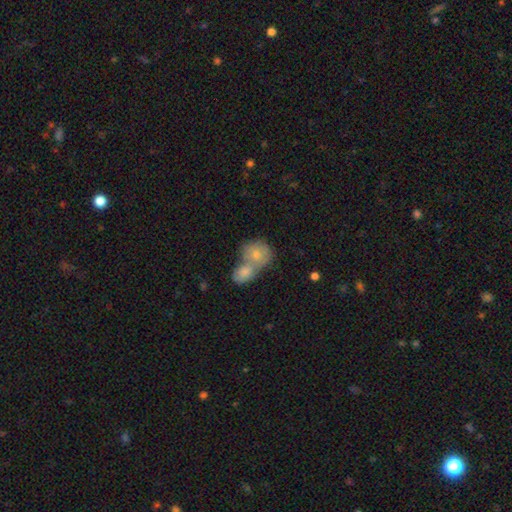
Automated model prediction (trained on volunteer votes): The model was most divided on "how rounded": round: 66%, in between: 33%, cigar-shaped: 1%. More confident: smooth or featured — smooth (72%); merging — merger (71%).